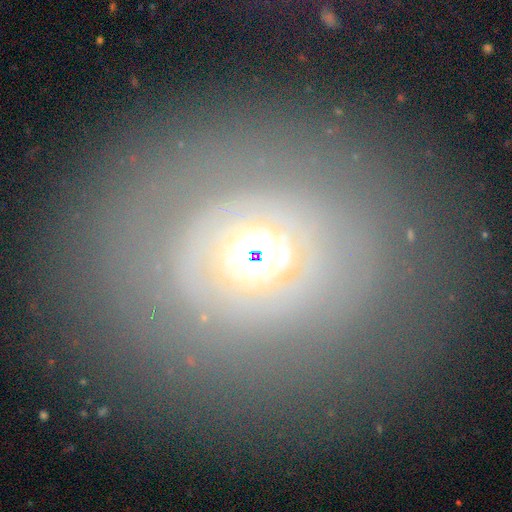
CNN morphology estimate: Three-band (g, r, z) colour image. It shows a featured or disk galaxy (55%) with no bar (86%), no spiral arms (75%) and a moderate central bulge (57%). Merging: none (82%).